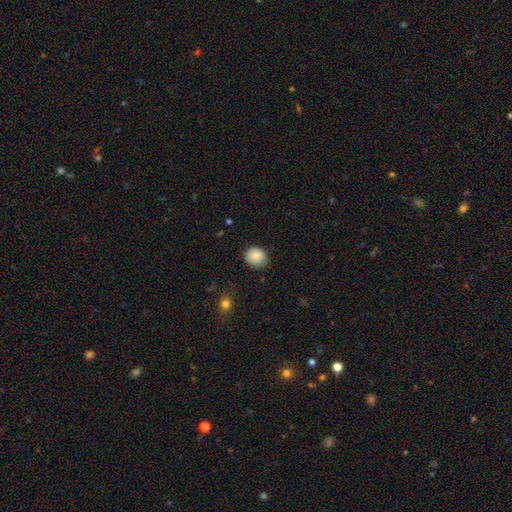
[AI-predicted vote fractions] A smooth galaxy with no disk features (83%) that is round (79%). Merging: none (78%).